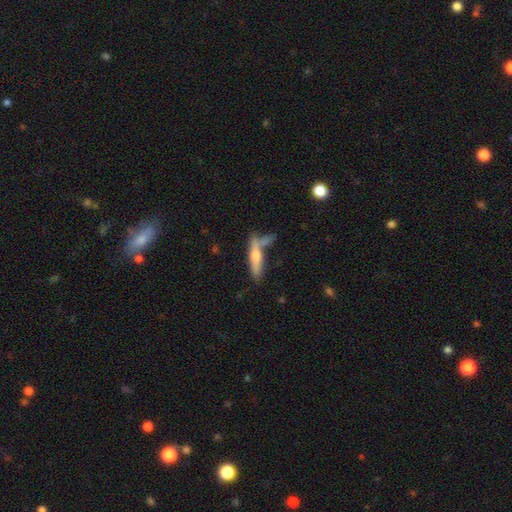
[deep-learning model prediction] smooth-or-featured: smooth: 47% (tied) | featured or disk: 47% (tied) | star or artifact: 7%
  merging: none: 59% | merger: 19% | minor disturbance: 16% | major disturbance: 6%